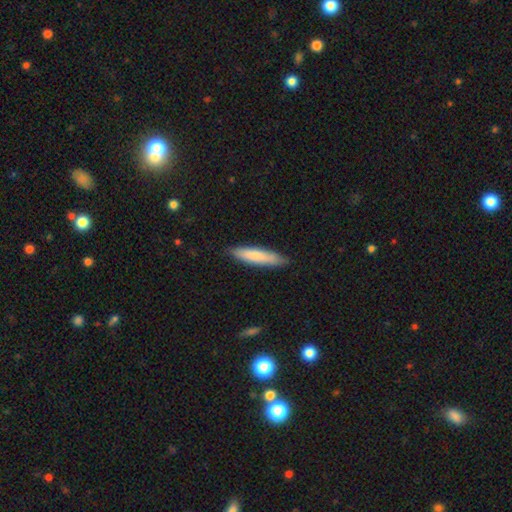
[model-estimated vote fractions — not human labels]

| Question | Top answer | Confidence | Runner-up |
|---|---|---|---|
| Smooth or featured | smooth | 81% | featured or disk (14%) |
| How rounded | cigar-shaped | 84% | in between (15%) |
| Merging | none | 87% | minor disturbance (11%) |